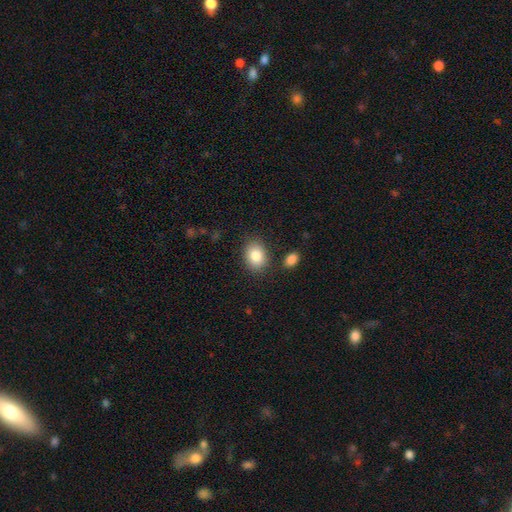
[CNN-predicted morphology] Q: Smooth or featured?
A: smooth (85%); runner-up: star or artifact (8%)
Q: How rounded?
A: in between (72%); runner-up: round (27%)
Q: Merging?
A: none (82%); runner-up: minor disturbance (11%)